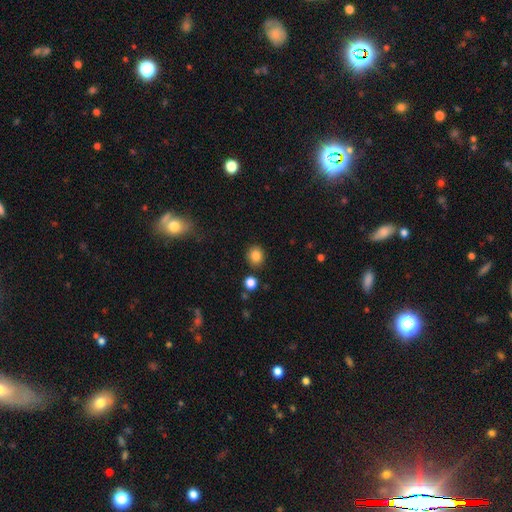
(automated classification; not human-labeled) Smooth or featured?
  - smooth: 85% *
  - star or artifact: 10%
  - featured or disk: 4%
How rounded?
  - round: 79% *
  - in between: 20%
  - cigar-shaped: 1%
Merging?
  - none: 86% *
  - minor disturbance: 8%
  - merger: 4%
  - major disturbance: 3%